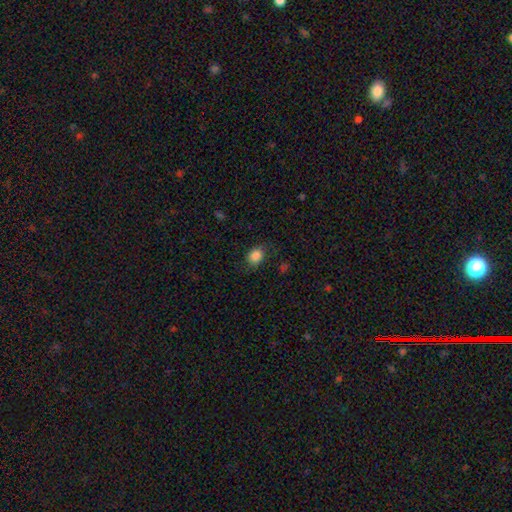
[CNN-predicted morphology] Smooth or featured? Predicted: smooth (p=0.85). How rounded? Predicted: in between (p=0.52). Merging? Predicted: none (p=0.76).